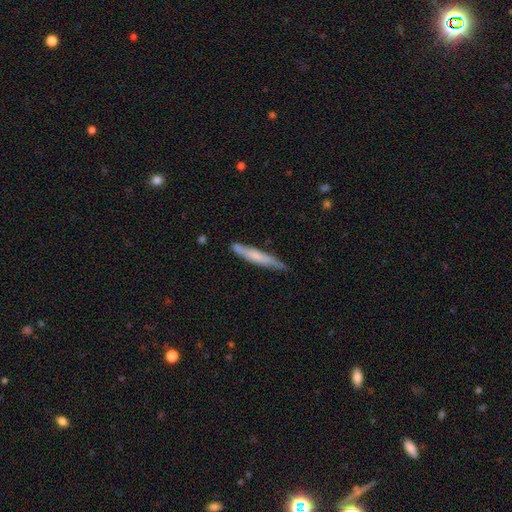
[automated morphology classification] Smooth or featured: smooth — 56% (featured or disk — 38%)
How rounded: cigar-shaped — 94% (in between — 4%)
Merging: none — 77% (minor disturbance — 18%)